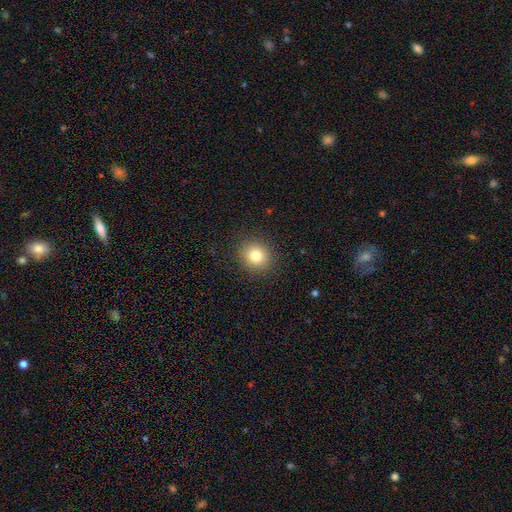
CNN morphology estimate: This is clearly a smooth galaxy (81%). How rounded: clearly round (82%). Merging: clearly none (90%).